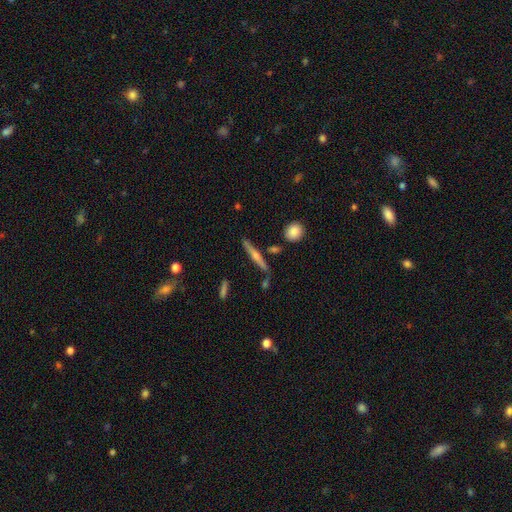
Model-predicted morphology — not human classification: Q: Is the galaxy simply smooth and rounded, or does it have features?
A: featured or disk — 63%.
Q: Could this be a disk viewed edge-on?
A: yes — 97%.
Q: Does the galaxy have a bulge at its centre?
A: rounded — 80%.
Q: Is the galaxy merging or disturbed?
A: none — 83%.